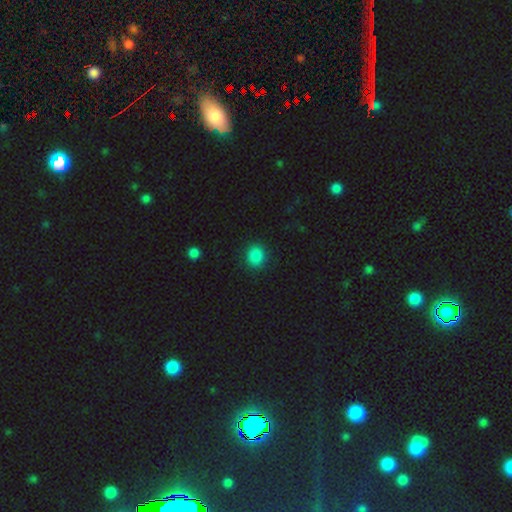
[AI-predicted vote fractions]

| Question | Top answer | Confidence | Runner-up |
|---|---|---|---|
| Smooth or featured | smooth | 86% | star or artifact (11%) |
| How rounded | round | 74% | in between (25%) |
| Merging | none | 89% | minor disturbance (7%) |